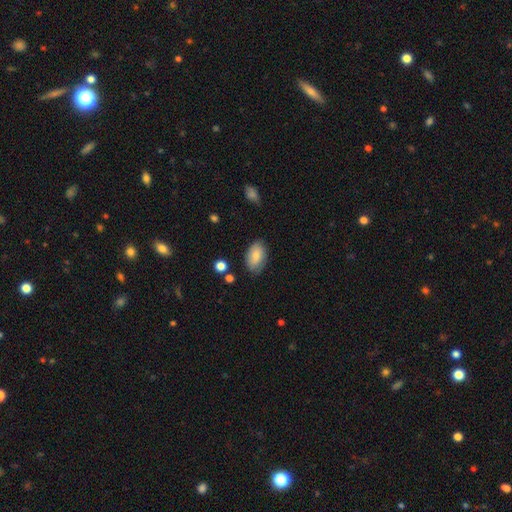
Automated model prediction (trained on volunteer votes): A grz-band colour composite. It shows a smooth galaxy with no disk features (81%) that is in between round and cigar-shaped (93%). Merging: none (76%).